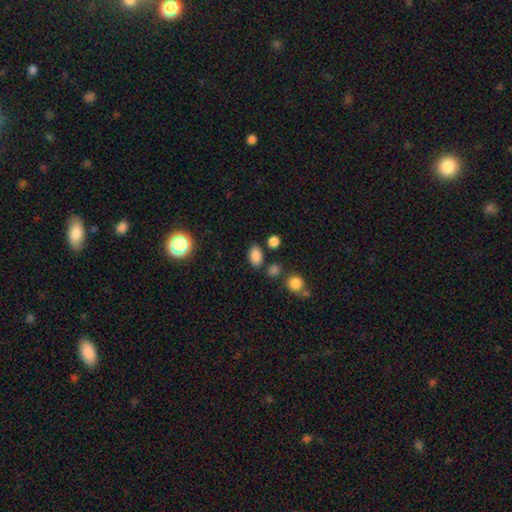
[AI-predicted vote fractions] Overall: smooth (83%). How rounded: in between (84%). Merging: none (76%).